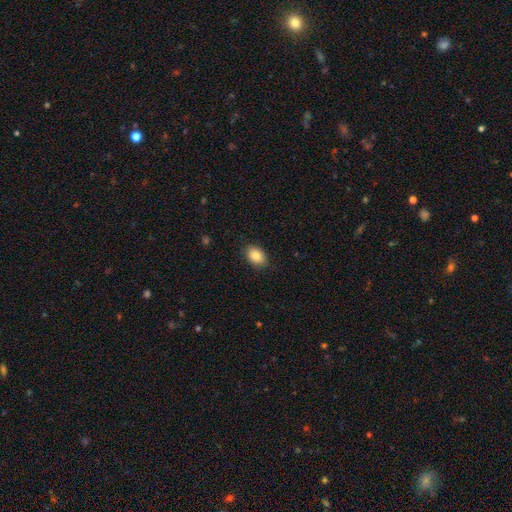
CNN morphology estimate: type=smooth (86%); roundness=in between (85%); merging=none (86%).